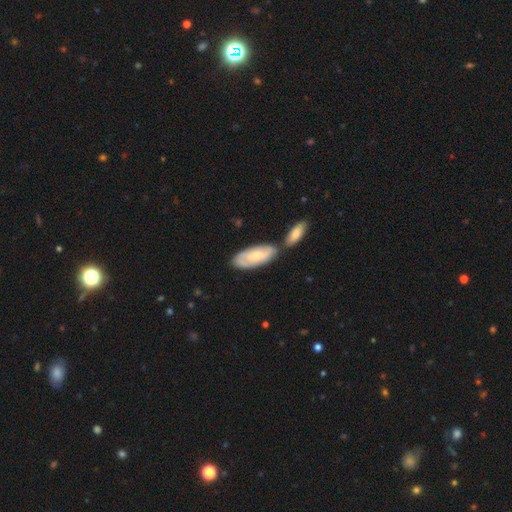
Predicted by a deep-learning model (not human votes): Smooth or featured?
  - smooth: 50% *
  - featured or disk: 45%
  - star or artifact: 5%
Merging?
  - none: 52% *
  - merger: 28%
  - minor disturbance: 16%
  - major disturbance: 4%